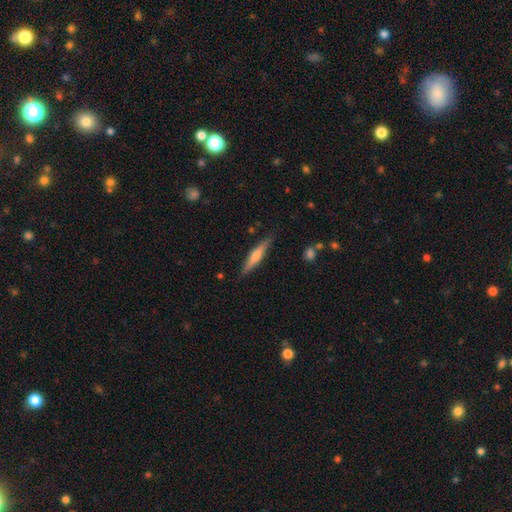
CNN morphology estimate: Q: Smooth or featured?
A: smooth (49%); runner-up: featured or disk (45%)
Q: Merging?
A: none (86%); runner-up: minor disturbance (11%)